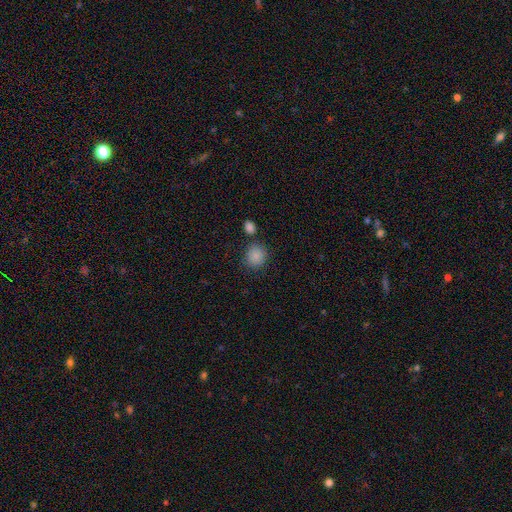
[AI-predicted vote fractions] Overall: smooth (87%). How rounded: round (79%). Merging: none (78%).